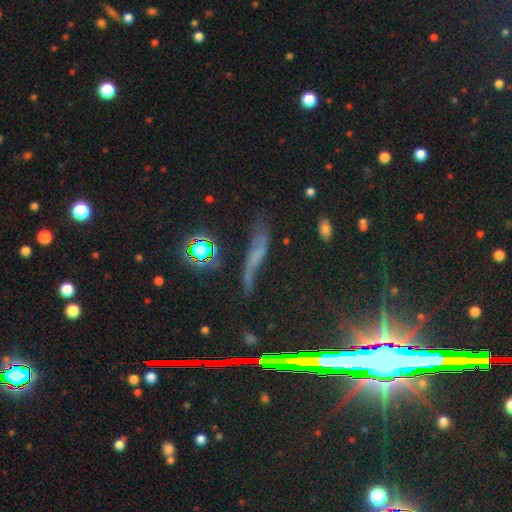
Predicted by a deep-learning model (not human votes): Smooth or featured? featured or disk (42%)
Merging? none (55%)